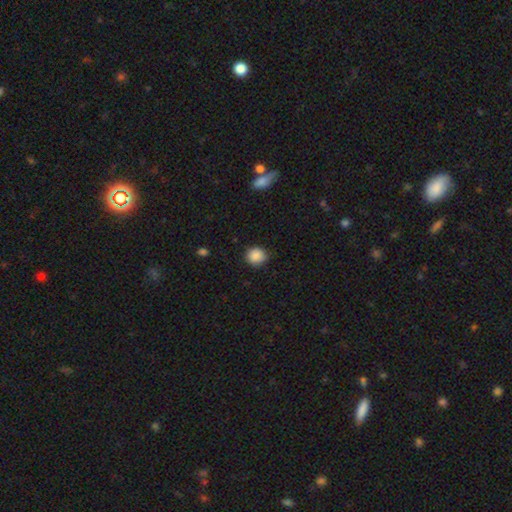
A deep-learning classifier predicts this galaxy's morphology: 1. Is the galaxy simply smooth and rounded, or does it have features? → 87% smooth, 9% star or artifact, 4% featured or disk.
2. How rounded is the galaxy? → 86% round, 13% in between, 1% cigar-shaped.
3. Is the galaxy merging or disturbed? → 83% none, 13% minor disturbance, 3% major disturbance, 1% merger.